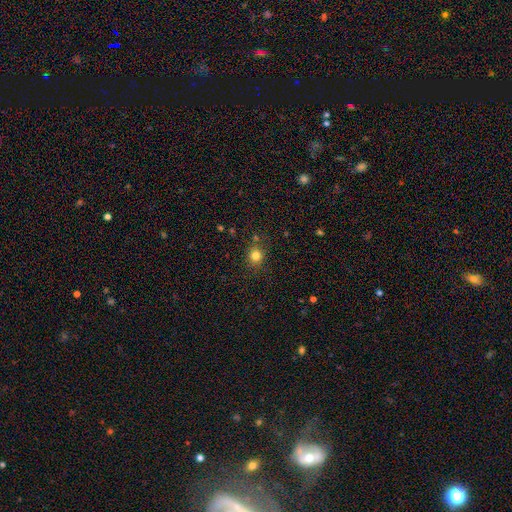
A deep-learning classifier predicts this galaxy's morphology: The model was most divided on "smooth or featured": smooth: 80%, star or artifact: 14%, featured or disk: 6%. More confident: how rounded — round (84%); merging — none (83%).